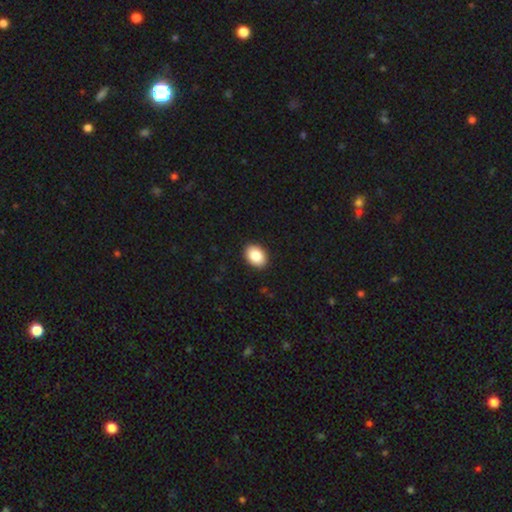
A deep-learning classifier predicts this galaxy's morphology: smooth 87%, star or artifact 7%, featured or disk 6%. Down the decision tree: how rounded — in between (79%); merging — none (91%).